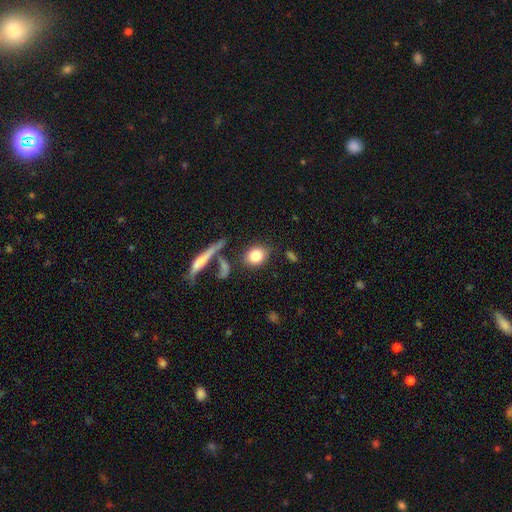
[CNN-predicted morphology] This is clearly a smooth galaxy (80%). How rounded: possibly round (54%). Merging: likely none (70%).